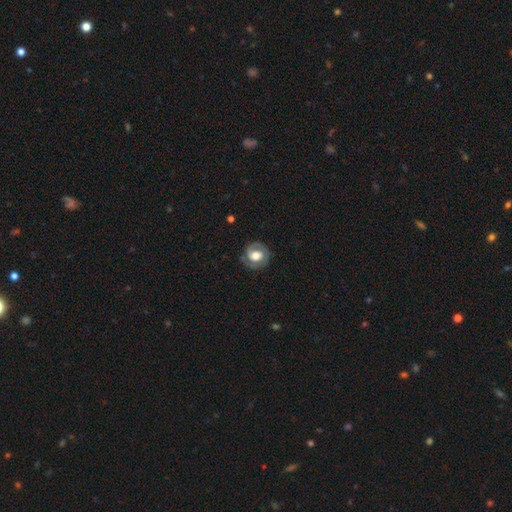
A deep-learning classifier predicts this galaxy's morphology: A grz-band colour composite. It shows a featured or disk galaxy (55%) with no bar (55%), spiral arms (72%) and a moderate central bulge (49%). Merging: none (75%).